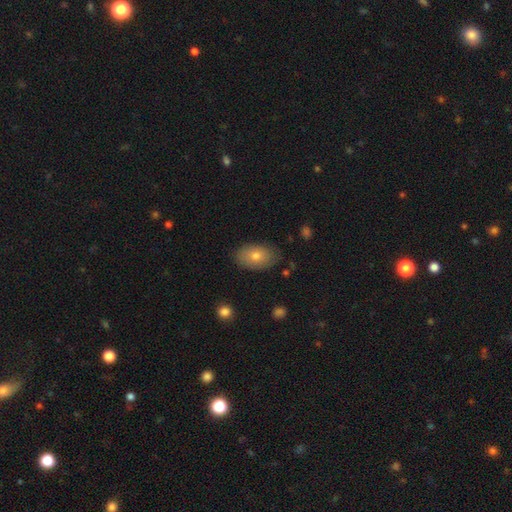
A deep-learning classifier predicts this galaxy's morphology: smooth-or-featured: smooth: 73% | featured or disk: 19% | star or artifact: 8%
  how-rounded: in between: 90% | round: 8% | cigar-shaped: 1%
  merging: none: 83% | minor disturbance: 14% | major disturbance: 3% | merger: 1%